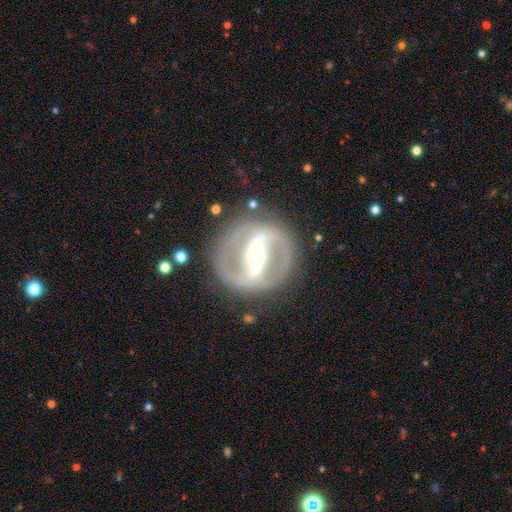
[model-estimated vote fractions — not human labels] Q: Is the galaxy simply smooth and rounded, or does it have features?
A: featured or disk — 86%.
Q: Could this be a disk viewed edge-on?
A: no — 94%.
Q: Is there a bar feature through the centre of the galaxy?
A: strong — 74%.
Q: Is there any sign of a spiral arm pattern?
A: yes — 77%.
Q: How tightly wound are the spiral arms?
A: medium — 45%.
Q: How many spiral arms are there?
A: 2 — 86%.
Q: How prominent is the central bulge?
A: moderate — 60%.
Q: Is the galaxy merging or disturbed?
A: none — 81%.